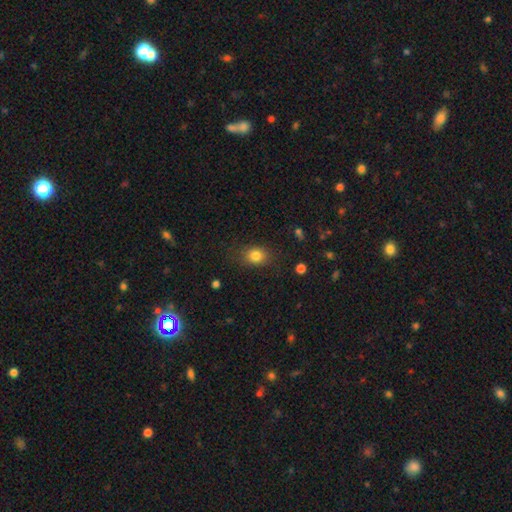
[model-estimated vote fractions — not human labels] A smooth galaxy with no disk features (82%) that is in between round and cigar-shaped (50%). Merging: none (80%).